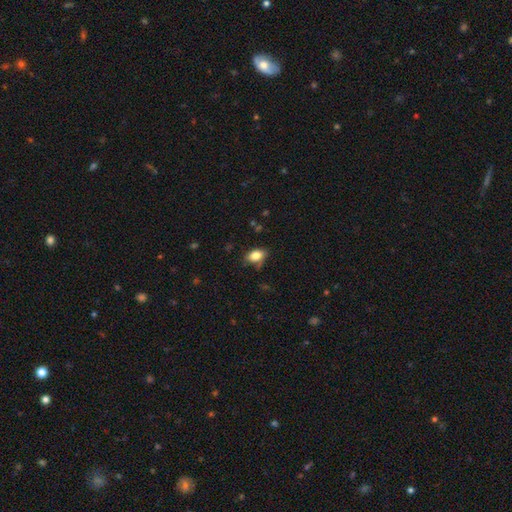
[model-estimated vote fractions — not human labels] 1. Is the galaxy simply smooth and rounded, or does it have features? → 83% smooth, 9% featured or disk, 9% star or artifact.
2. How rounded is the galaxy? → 87% in between, 11% round, 2% cigar-shaped.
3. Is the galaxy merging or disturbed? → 75% none, 19% minor disturbance, 4% major disturbance, 2% merger.